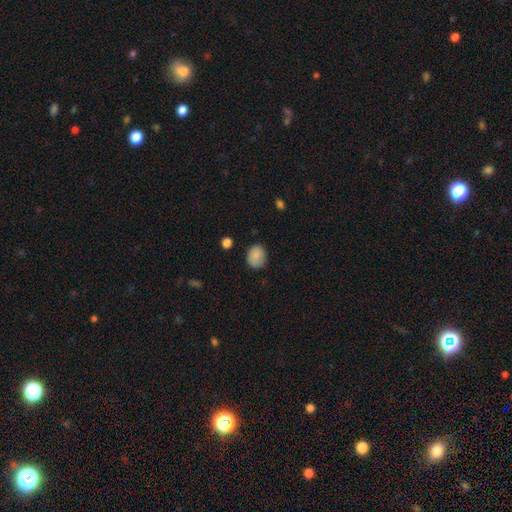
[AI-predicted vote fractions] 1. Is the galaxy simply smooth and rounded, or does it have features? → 87% smooth, 8% star or artifact, 5% featured or disk.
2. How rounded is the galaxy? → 54% round, 45% in between, 1% cigar-shaped.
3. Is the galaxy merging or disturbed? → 80% none, 15% minor disturbance, 3% major disturbance, 1% merger.